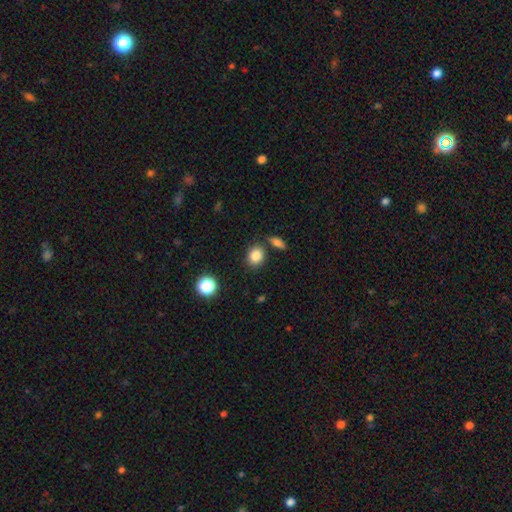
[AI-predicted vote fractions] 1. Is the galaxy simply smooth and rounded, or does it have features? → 84% smooth, 10% star or artifact, 6% featured or disk.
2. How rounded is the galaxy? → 56% round, 42% in between, 1% cigar-shaped.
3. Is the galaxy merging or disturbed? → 78% none, 11% minor disturbance, 8% merger, 3% major disturbance.